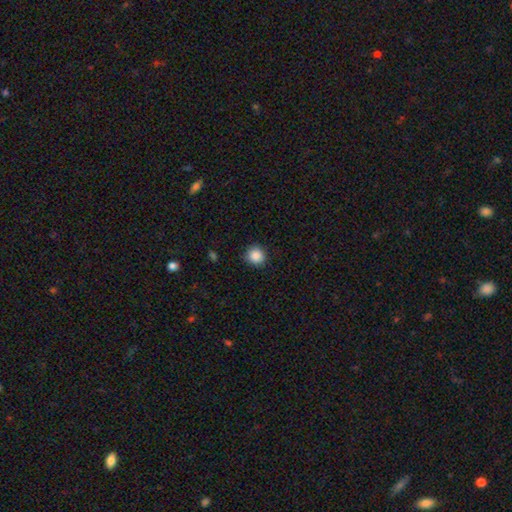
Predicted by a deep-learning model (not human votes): Smooth or featured?
  - smooth: 88% *
  - star or artifact: 10%
  - featured or disk: 3%
How rounded?
  - round: 91% *
  - in between: 8%
  - cigar-shaped: 1%
Merging?
  - none: 88% *
  - minor disturbance: 8%
  - major disturbance: 2%
  - merger: 1%